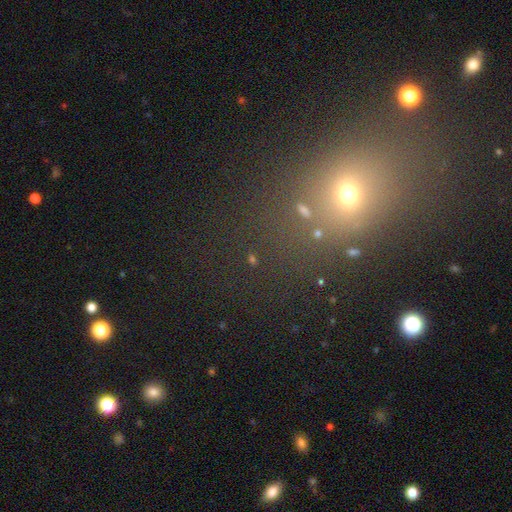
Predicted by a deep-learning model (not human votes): Overall: star or artifact (45%; smooth 44%).